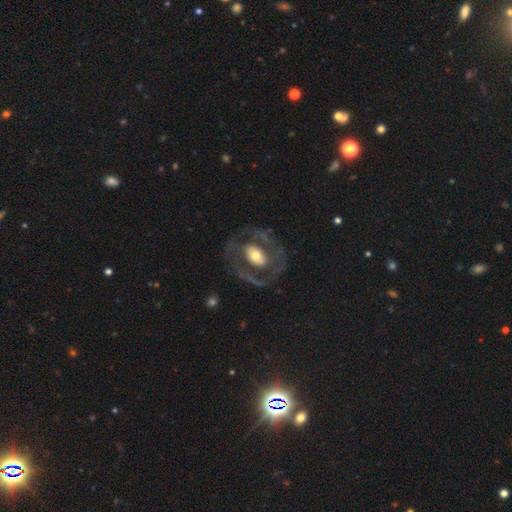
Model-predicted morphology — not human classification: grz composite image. It shows a featured or disk galaxy (70%) with no bar (56%), no spiral arms (51%) and a moderate central bulge (60%). Merging: none (66%).